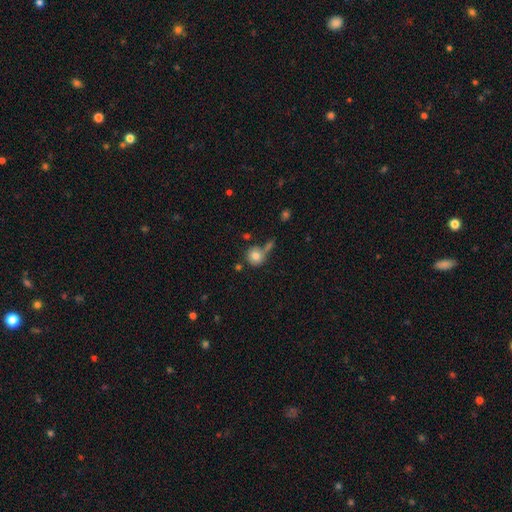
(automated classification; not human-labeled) Smooth or featured: smooth — 79% (featured or disk — 12%)
How rounded: round — 87% (in between — 12%)
Merging: none — 52% (merger — 23%)